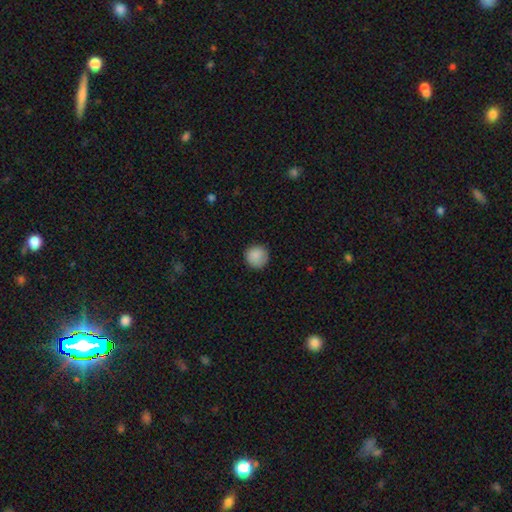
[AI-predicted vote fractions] Morphology: type=smooth (88%); roundness=round (93%); merging=none (84%).